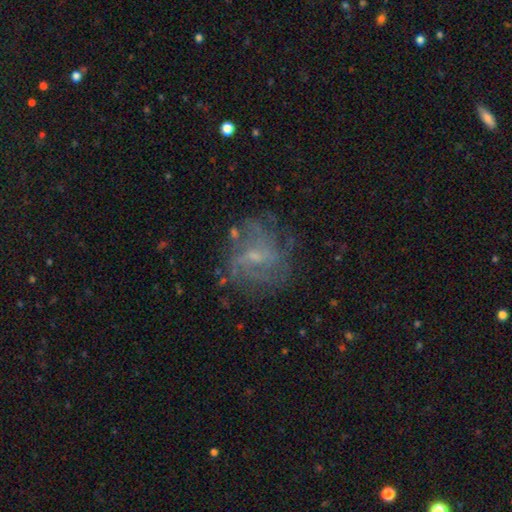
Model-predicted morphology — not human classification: This appears to be a featured or disk galaxy (71%) with a weak bar (50%), medium (41%) spiral arms (80%) and a small central bulge (63%). Merging: none (69%).